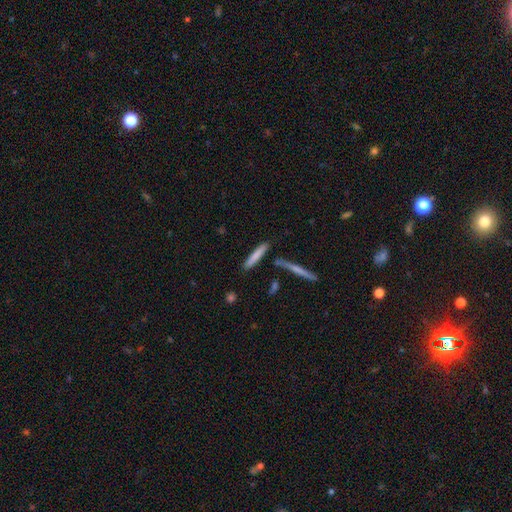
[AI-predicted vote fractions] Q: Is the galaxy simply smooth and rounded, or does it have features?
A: smooth — 75%.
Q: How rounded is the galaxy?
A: cigar-shaped — 90%.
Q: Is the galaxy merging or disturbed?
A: none — 80%.